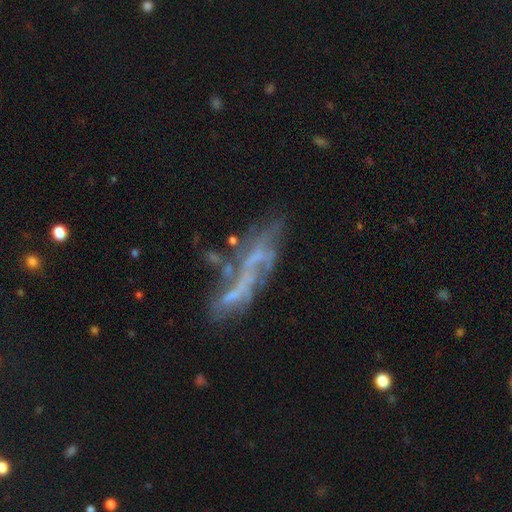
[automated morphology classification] Smooth or featured: featured or disk — 57% (smooth — 25%)
Edge-on disk: no — 84% (yes — 16%)
Merging: major disturbance — 31% (none — 27%)